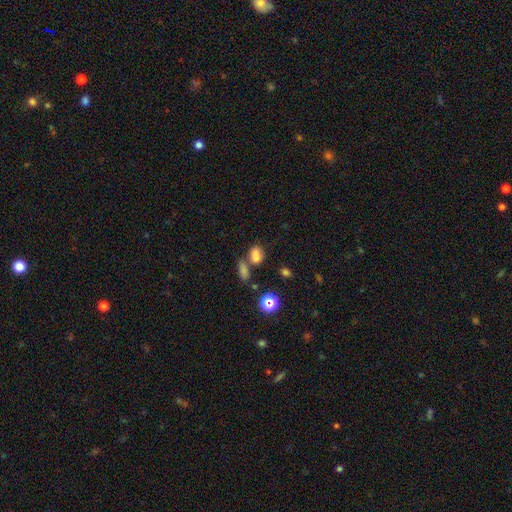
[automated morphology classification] type=smooth (75%); roundness=in between (68%); merging=none (44%).